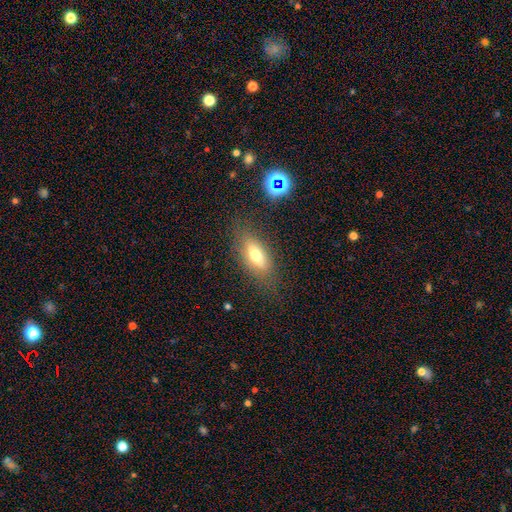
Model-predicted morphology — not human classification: Smooth or featured?
  - smooth: 66% *
  - featured or disk: 24%
  - star or artifact: 10%
How rounded?
  - in between: 74% *
  - cigar-shaped: 22%
  - round: 4%
Merging?
  - none: 76% *
  - minor disturbance: 15%
  - major disturbance: 6%
  - merger: 2%